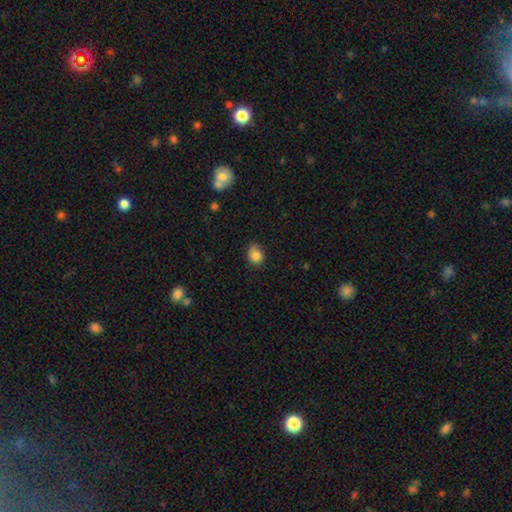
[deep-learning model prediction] Smooth or featured: smooth — 83% (star or artifact — 10%)
How rounded: round — 63% (in between — 36%)
Merging: none — 66% (minor disturbance — 27%)